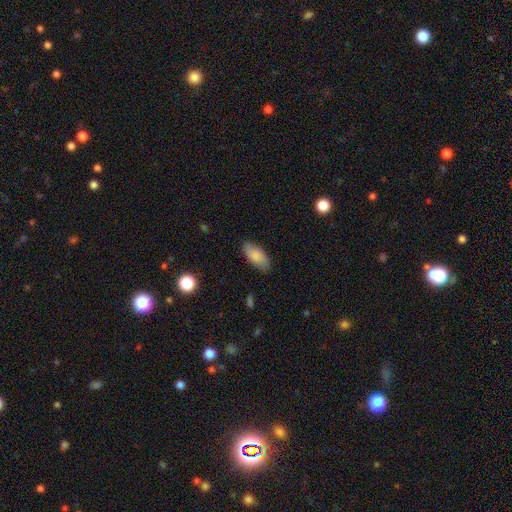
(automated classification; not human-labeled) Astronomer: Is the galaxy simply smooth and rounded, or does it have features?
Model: smooth — 83%.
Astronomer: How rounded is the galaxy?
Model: in between — 89%.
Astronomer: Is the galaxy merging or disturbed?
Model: none — 83%.